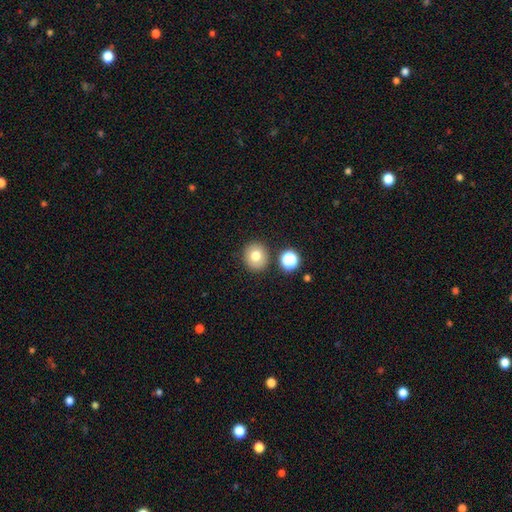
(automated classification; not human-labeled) smooth-or-featured: smooth: 77% | star or artifact: 12% | featured or disk: 11%
  how-rounded: round: 82% | in between: 17% | cigar-shaped: 1%
  merging: none: 84% | minor disturbance: 8% | merger: 6% | major disturbance: 2%